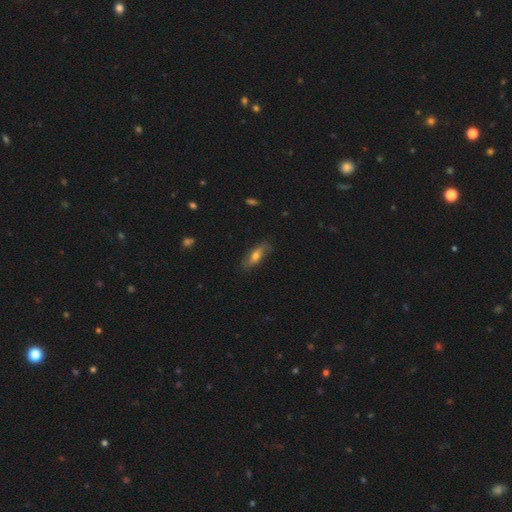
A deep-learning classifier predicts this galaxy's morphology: smooth-or-featured: smooth: 56% | featured or disk: 37% | star or artifact: 7%
  how-rounded: in between: 62% | cigar-shaped: 35% | round: 3%
  merging: none: 79% | minor disturbance: 17% | major disturbance: 3% | merger: 1%